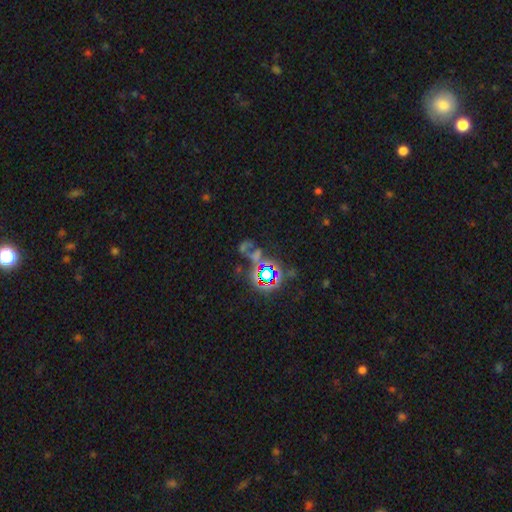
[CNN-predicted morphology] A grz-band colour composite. It shows a star or artifact, not a galaxy (61%).